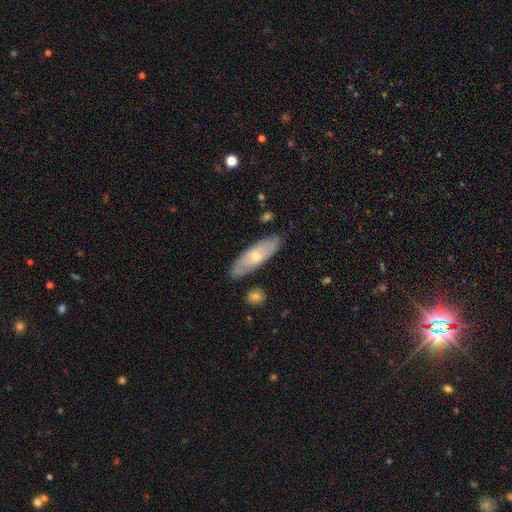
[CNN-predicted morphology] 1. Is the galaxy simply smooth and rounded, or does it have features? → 54% smooth, 40% featured or disk, 6% star or artifact.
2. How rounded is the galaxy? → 53% in between, 45% cigar-shaped, 2% round.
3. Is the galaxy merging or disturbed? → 81% none, 14% minor disturbance, 3% major disturbance, 3% merger.